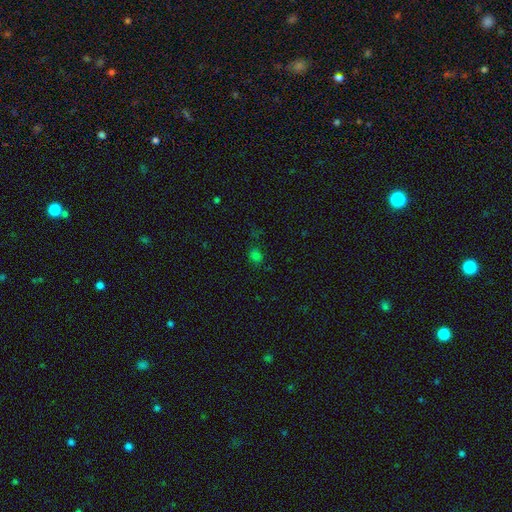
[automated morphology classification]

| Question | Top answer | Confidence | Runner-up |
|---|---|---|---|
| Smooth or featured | smooth | 67% | star or artifact (28%) |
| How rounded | round | 52% | in between (47%) |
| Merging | none | 74% | minor disturbance (16%) |